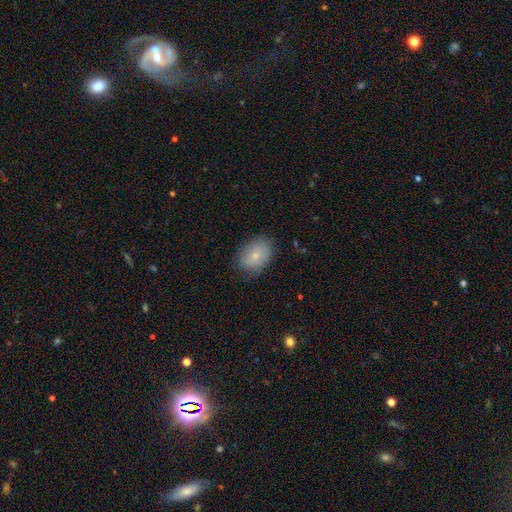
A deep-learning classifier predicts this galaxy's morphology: smooth_or_featured: smooth (p=0.77) [alt: featured or disk p=0.15]
how_rounded: in between (p=0.75) [alt: round p=0.24]
merging: none (p=0.78) [alt: minor disturbance p=0.17]